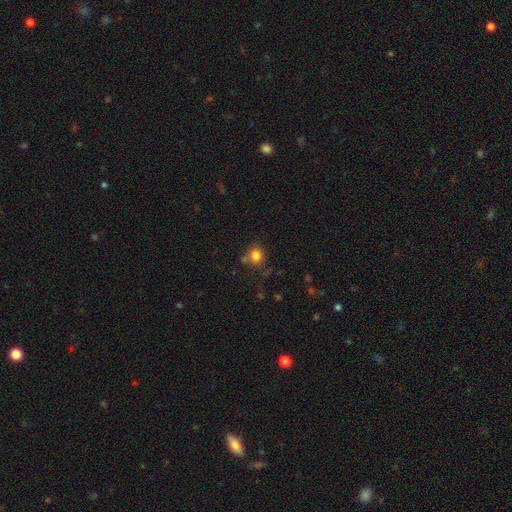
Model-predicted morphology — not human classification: smooth 82%, star or artifact 12%, featured or disk 6%. Down the decision tree: how rounded — round (78%); merging — none (69%).